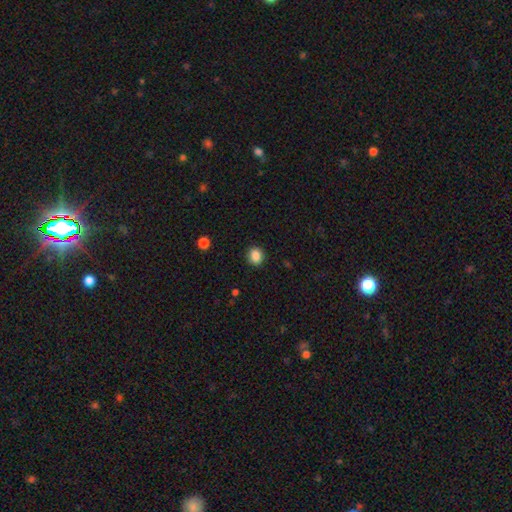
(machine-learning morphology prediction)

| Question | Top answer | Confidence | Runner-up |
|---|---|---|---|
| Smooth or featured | smooth | 87% | star or artifact (10%) |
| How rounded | round | 72% | in between (27%) |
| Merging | none | 90% | minor disturbance (7%) |